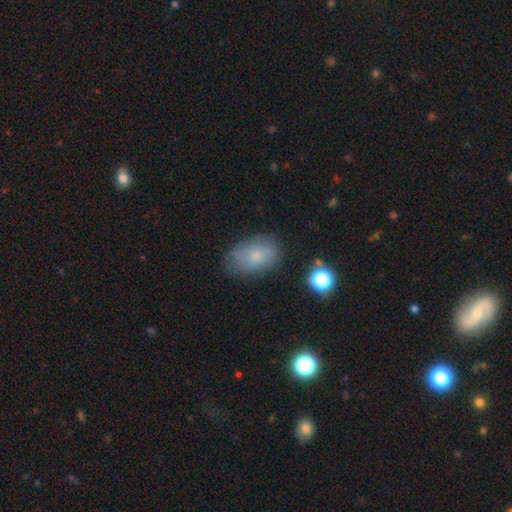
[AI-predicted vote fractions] A smooth galaxy with no disk features (73%) that is in between round and cigar-shaped (85%). Merging: none (72%).